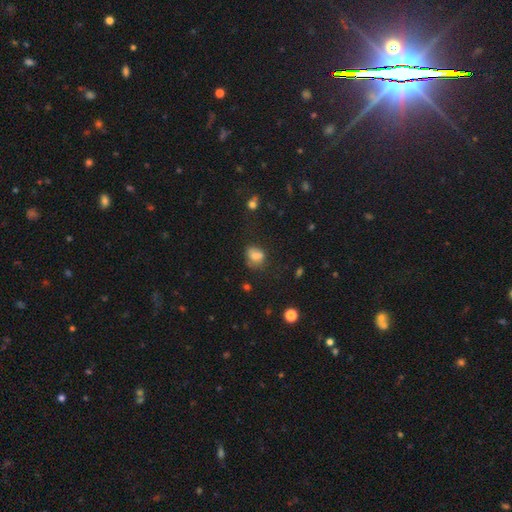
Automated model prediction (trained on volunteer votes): This appears to be a smooth galaxy with no disk features (73%) that is round (50%). Merging: none (49%).